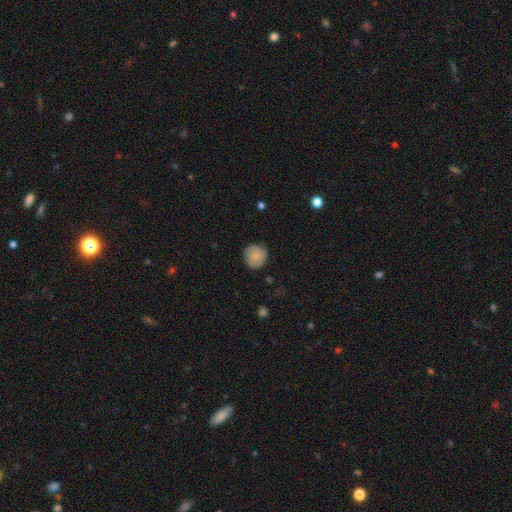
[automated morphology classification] Overall: smooth (70%). How rounded: round (88%). Merging: none (80%).